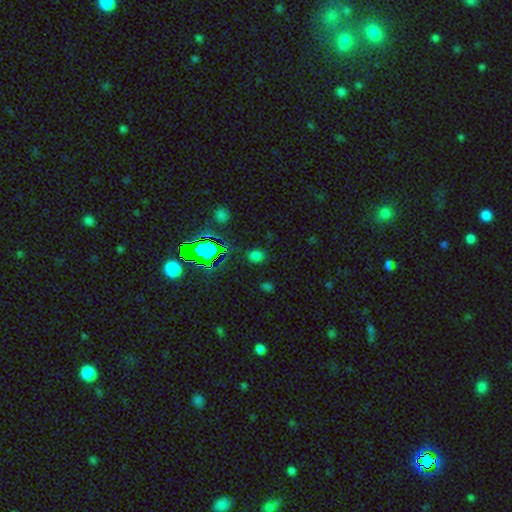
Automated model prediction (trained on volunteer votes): Q: Smooth or featured?
A: smooth (62%); runner-up: star or artifact (32%)
Q: How rounded?
A: round (61%); runner-up: in between (37%)
Q: Merging?
A: none (83%); runner-up: minor disturbance (11%)